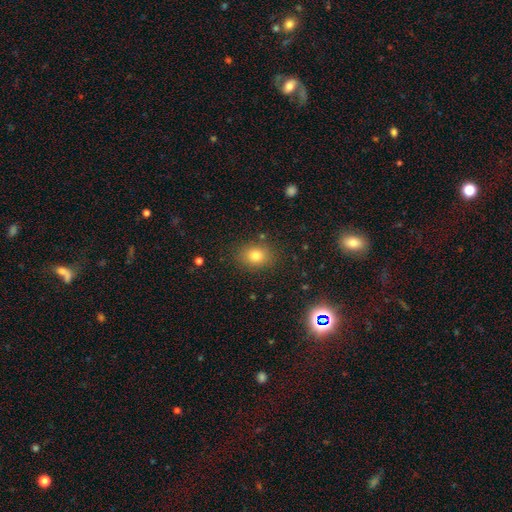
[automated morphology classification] The model was most divided on "how rounded": in between: 55%, round: 44%, cigar-shaped: 1%. More confident: merging — none (85%); smooth or featured — smooth (77%).